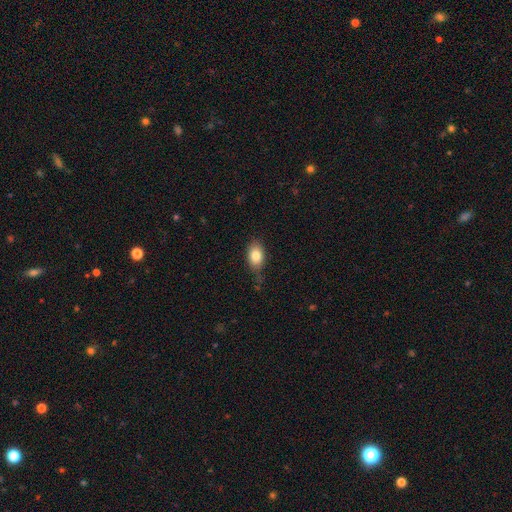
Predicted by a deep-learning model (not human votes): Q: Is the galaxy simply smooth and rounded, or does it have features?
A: smooth — 82%.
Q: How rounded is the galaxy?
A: in between — 83%.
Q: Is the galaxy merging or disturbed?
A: none — 67%.